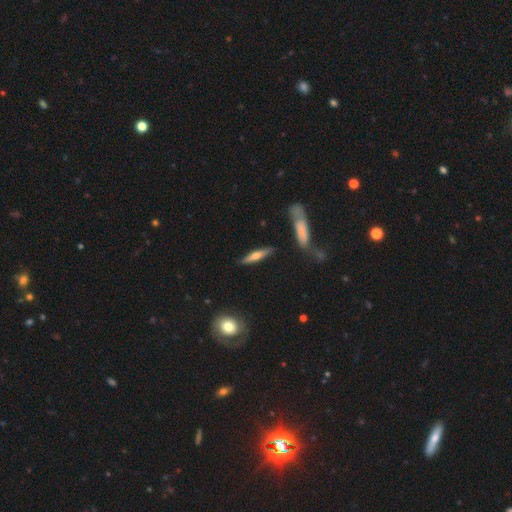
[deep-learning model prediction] Overall: featured or disk (49%; smooth 45%). Merging: none (84%).